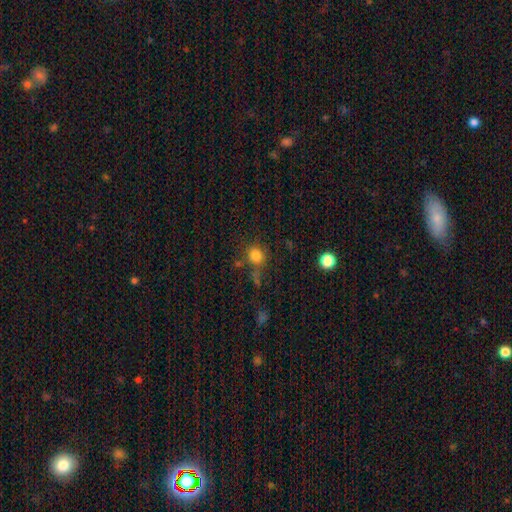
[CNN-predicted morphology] Smooth or featured?
  - smooth: 80% *
  - star or artifact: 14%
  - featured or disk: 6%
How rounded?
  - round: 87% *
  - in between: 12%
  - cigar-shaped: 1%
Merging?
  - none: 69% *
  - minor disturbance: 14%
  - merger: 11%
  - major disturbance: 7%